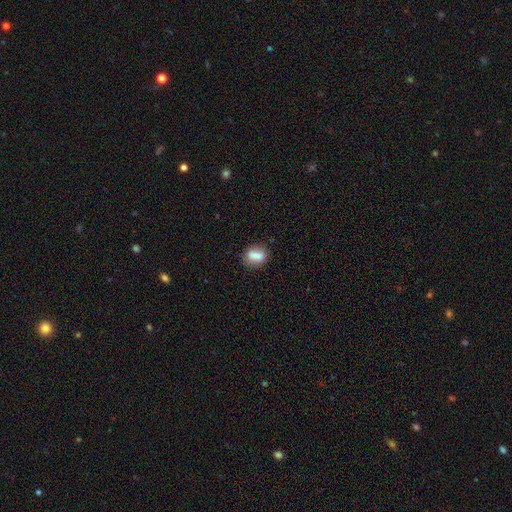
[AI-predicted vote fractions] The model was most divided on "how rounded": in between: 68%, round: 25%, cigar-shaped: 8%. More confident: smooth or featured — smooth (80%); merging — none (79%).